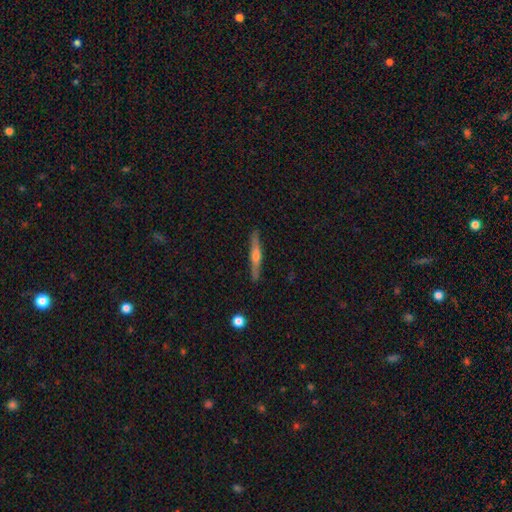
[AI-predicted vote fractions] The model was most divided on "smooth or featured": featured or disk: 63%, smooth: 31%, star or artifact: 6%. More confident: edge-on disk — yes (96%); merging — none (89%); edge-on bulge — rounded (83%).